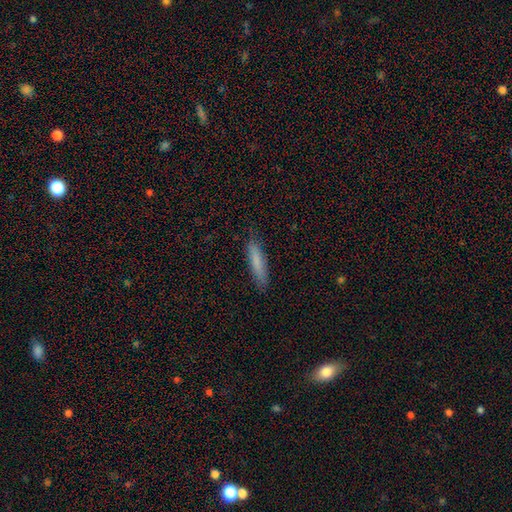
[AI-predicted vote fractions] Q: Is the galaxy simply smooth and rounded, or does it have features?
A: smooth — 76%.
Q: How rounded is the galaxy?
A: cigar-shaped — 87%.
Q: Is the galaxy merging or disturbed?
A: none — 87%.